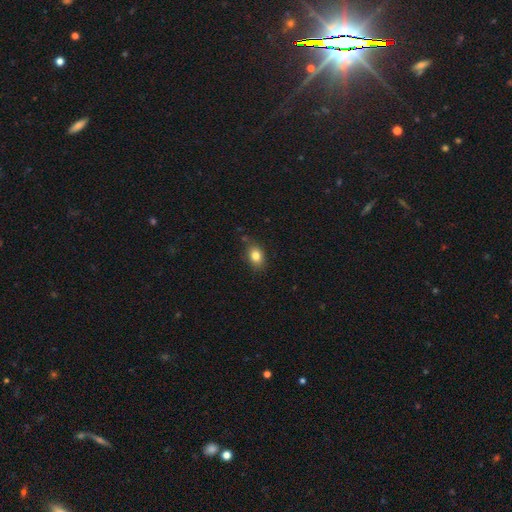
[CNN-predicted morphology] Smooth or featured? smooth (82%)
How rounded? in between (71%)
Merging? none (78%)